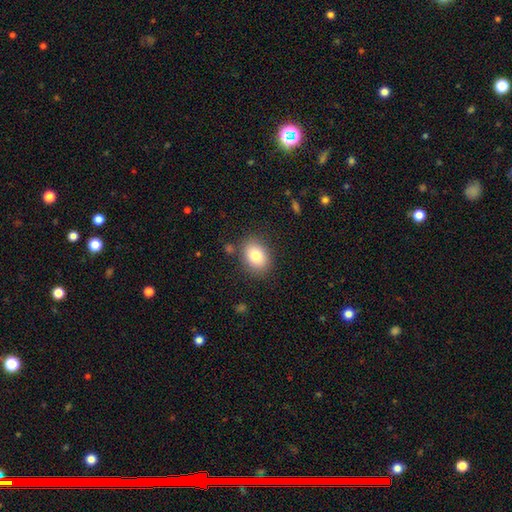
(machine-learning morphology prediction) smooth-or-featured: smooth: 83% | featured or disk: 9% | star or artifact: 8%
  how-rounded: in between: 68% | round: 31% | cigar-shaped: 1%
  merging: none: 82% | minor disturbance: 11% | major disturbance: 3% | merger: 3%